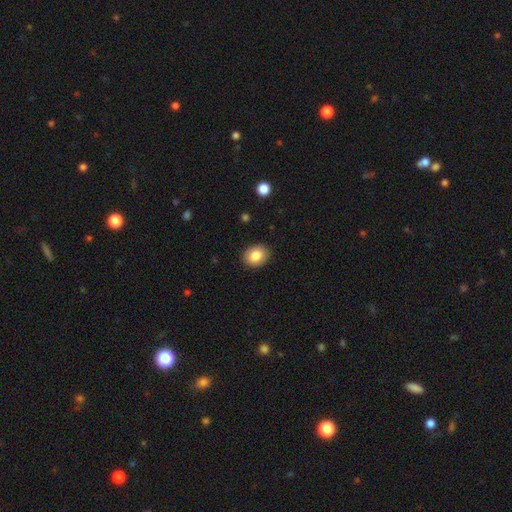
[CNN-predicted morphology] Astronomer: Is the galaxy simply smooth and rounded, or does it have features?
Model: smooth — 85%.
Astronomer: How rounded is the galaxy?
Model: in between — 53% (runner-up: round, 46%).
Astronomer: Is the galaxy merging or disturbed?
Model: none — 90%.